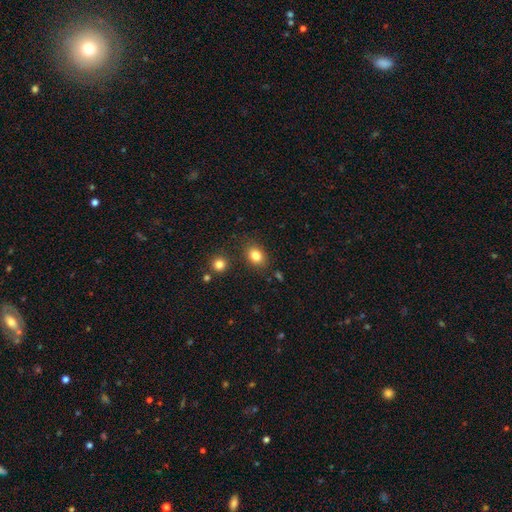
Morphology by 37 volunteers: smooth_or_featured: smooth (p=0.76) [alt: featured or disk p=0.14]
how_rounded: in between (p=0.61) [alt: round p=0.39]
merging: none (p=0.79) [alt: minor disturbance p=0.15]